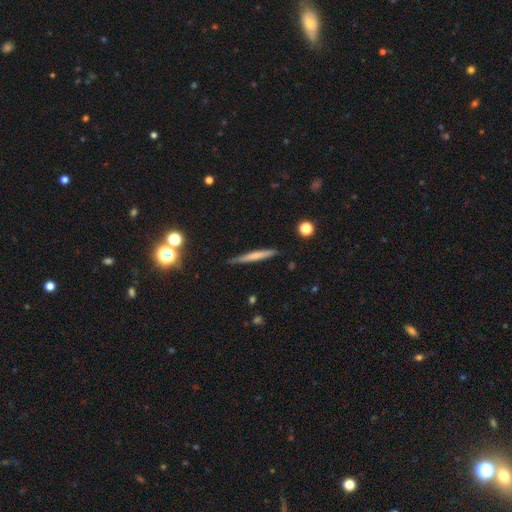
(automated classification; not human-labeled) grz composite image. It shows a smooth galaxy with no disk features (59%) that is cigar-shaped (95%). Merging: none (85%).